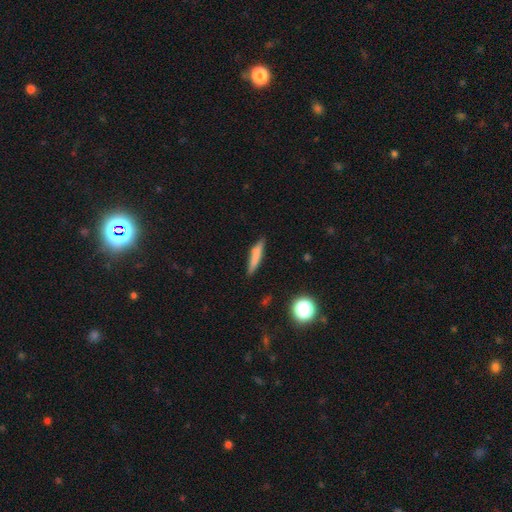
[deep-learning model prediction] Overall: smooth (73%). How rounded: cigar-shaped (88%). Merging: none (84%).